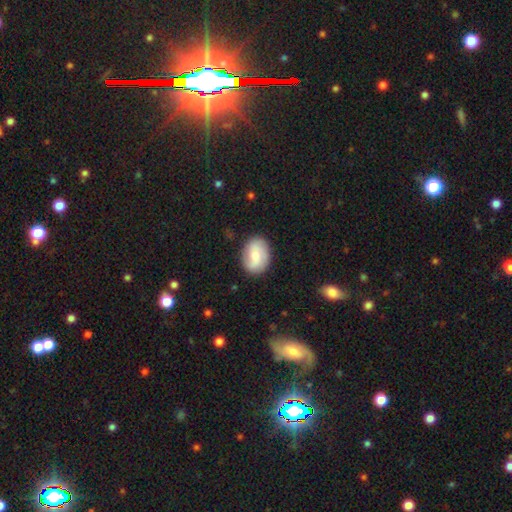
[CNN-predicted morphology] A smooth galaxy with no disk features (52%) that is in between round and cigar-shaped (64%). Merging: none (84%).